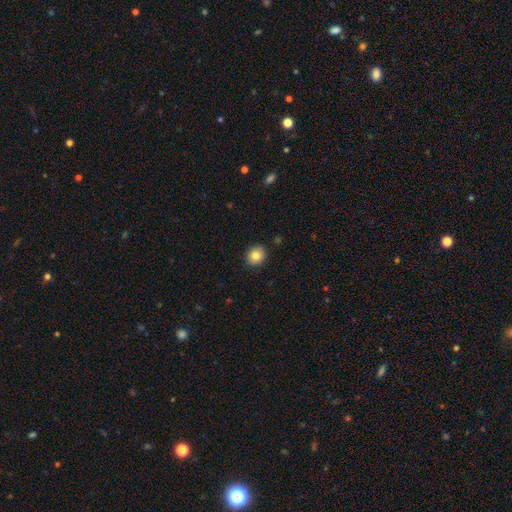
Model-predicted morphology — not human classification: Q: Smooth or featured?
A: smooth (81%); runner-up: featured or disk (10%)
Q: How rounded?
A: round (78%); runner-up: in between (21%)
Q: Merging?
A: none (90%); runner-up: minor disturbance (8%)